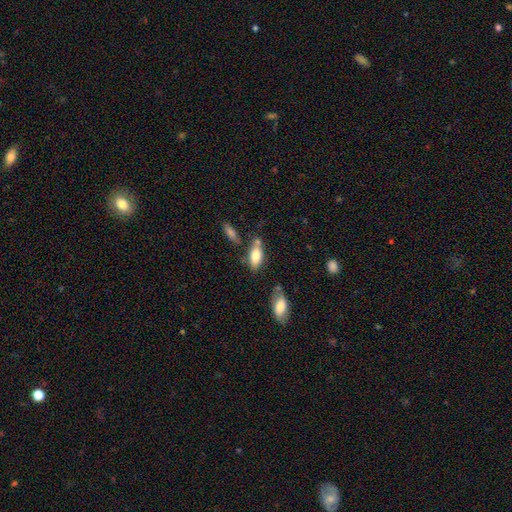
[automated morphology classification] Q: Smooth or featured?
A: smooth (77%); runner-up: featured or disk (16%)
Q: How rounded?
A: in between (84%); runner-up: cigar-shaped (14%)
Q: Merging?
A: none (58%); runner-up: minor disturbance (20%)